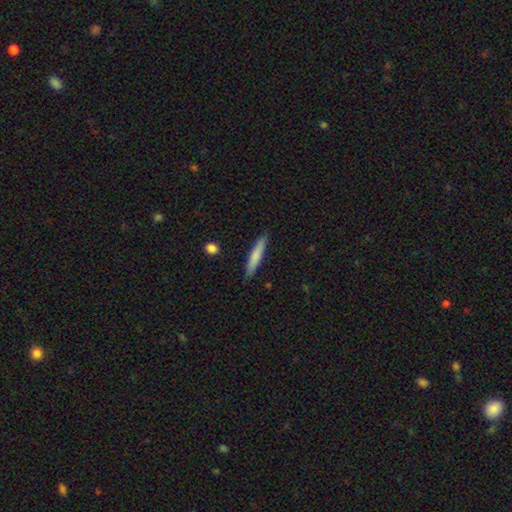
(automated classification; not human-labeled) smooth_or_featured: smooth (p=0.76) [alt: featured or disk p=0.18]
how_rounded: cigar-shaped (p=0.91) [alt: in between p=0.08]
merging: none (p=0.88) [alt: minor disturbance p=0.09]